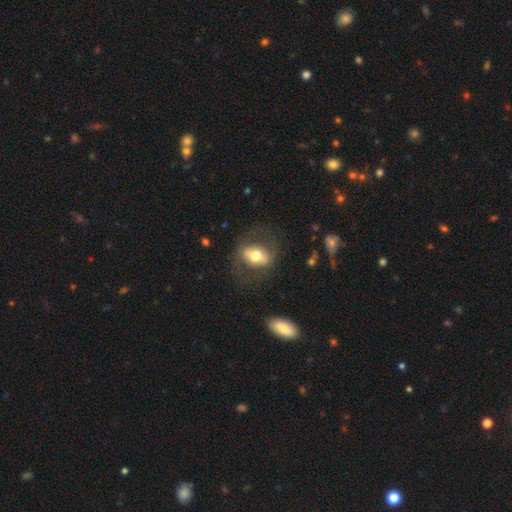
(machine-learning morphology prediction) The model was most divided on "smooth or featured": smooth: 56%, featured or disk: 37%, star or artifact: 7%. More confident: merging — none (73%); how rounded — in between (72%).